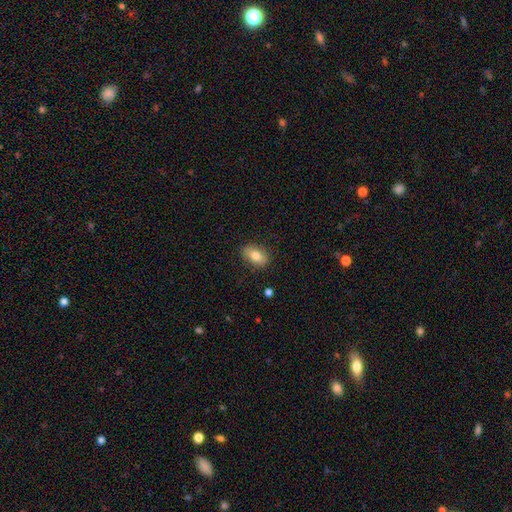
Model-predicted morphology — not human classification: smooth 81%, featured or disk 12%, star or artifact 8%. Down the decision tree: how rounded — in between (86%); merging — none (84%).